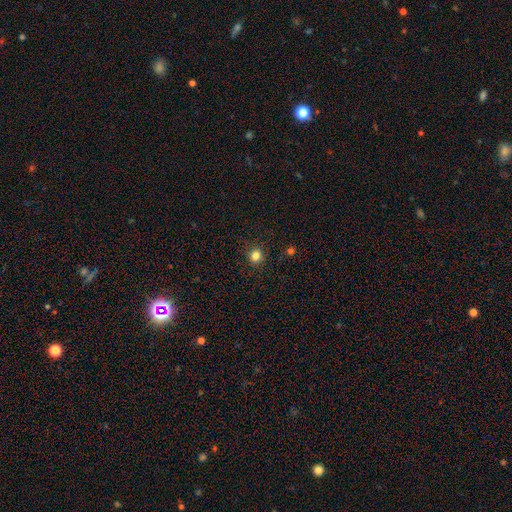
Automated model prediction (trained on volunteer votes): Smooth or featured?
  - smooth: 81% *
  - star or artifact: 14%
  - featured or disk: 5%
How rounded?
  - round: 93% *
  - in between: 6%
  - cigar-shaped: 1%
Merging?
  - none: 91% *
  - minor disturbance: 6%
  - major disturbance: 2%
  - merger: 1%